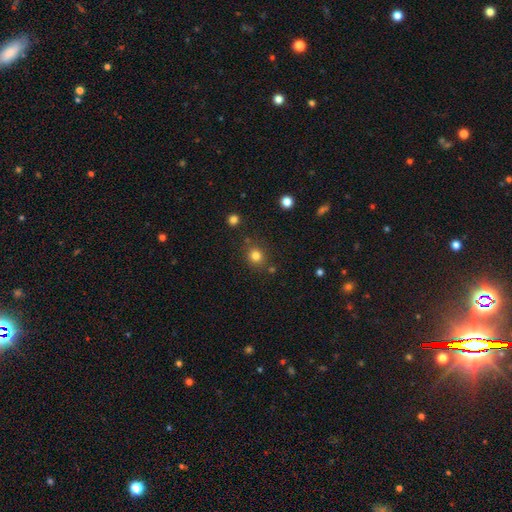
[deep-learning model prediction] Smooth or featured? smooth (81%)
How rounded? round (85%)
Merging? none (82%)